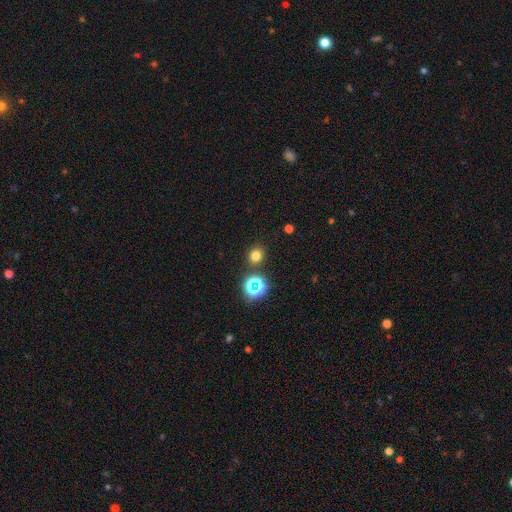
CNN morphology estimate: The model was most divided on "smooth or featured": smooth: 72%, star or artifact: 22%, featured or disk: 6%. More confident: merging — none (86%); how rounded — round (81%).